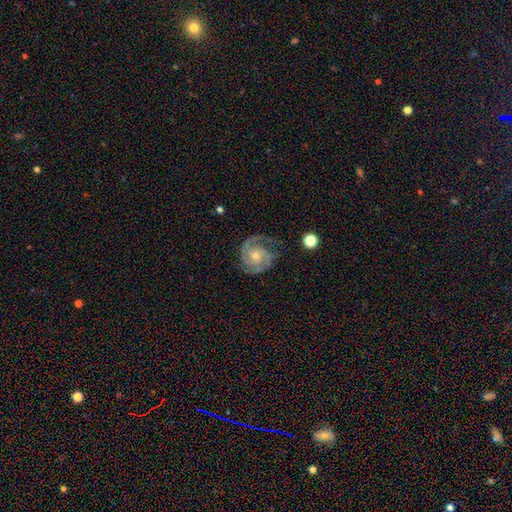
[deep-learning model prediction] Q: Smooth or featured?
A: featured or disk (88%); runner-up: smooth (6%)
Q: Edge-on disk?
A: no (98%); runner-up: yes (2%)
Q: Bar?
A: no (72%); runner-up: weak (23%)
Q: Spiral arms?
A: yes (98%); runner-up: no (2%)
Q: Spiral winding?
A: tight (59%); runner-up: medium (35%)
Q: Spiral arm count?
A: 2 (64%); runner-up: 3 (17%)
Q: Bulge size?
A: moderate (51%); runner-up: small (43%)
Q: Merging?
A: none (71%); runner-up: minor disturbance (19%)